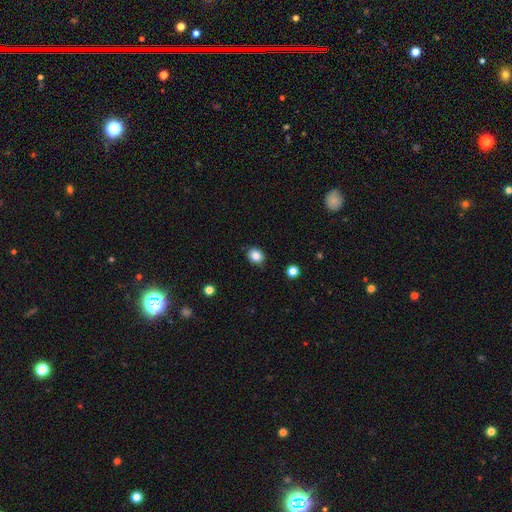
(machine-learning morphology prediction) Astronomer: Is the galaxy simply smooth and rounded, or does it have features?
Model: smooth — 85%.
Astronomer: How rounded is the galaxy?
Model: round — 57% (runner-up: in between, 43%).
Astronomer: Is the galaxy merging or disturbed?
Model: none — 85%.